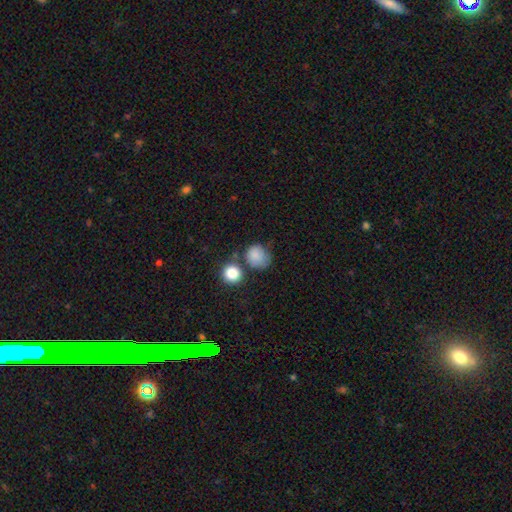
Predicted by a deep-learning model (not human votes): A smooth galaxy with no disk features (84%) that is round (73%). Merging: none (49%).